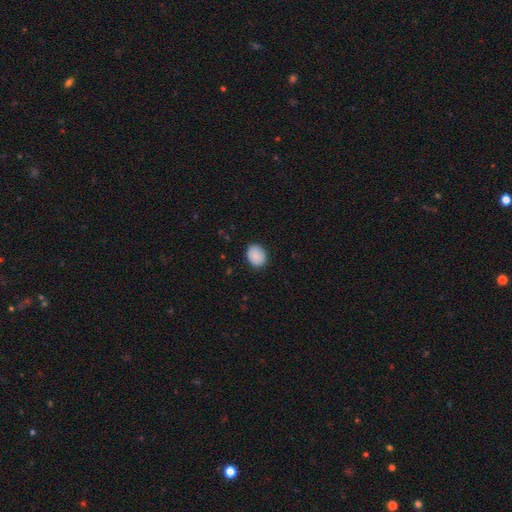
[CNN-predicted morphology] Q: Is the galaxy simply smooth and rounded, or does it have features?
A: smooth — 89%.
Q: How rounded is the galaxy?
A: round — 53%.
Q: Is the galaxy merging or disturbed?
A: none — 87%.